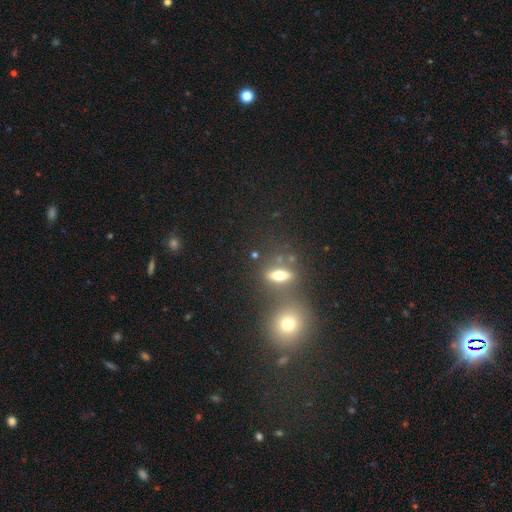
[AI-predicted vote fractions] A smooth galaxy with no disk features (50%).

Vote fractions:
- Smooth or featured? smooth: 50% / star or artifact: 27% / featured or disk: 23%
- Merging? none: 59% / merger: 24% / minor disturbance: 10% / major disturbance: 7%